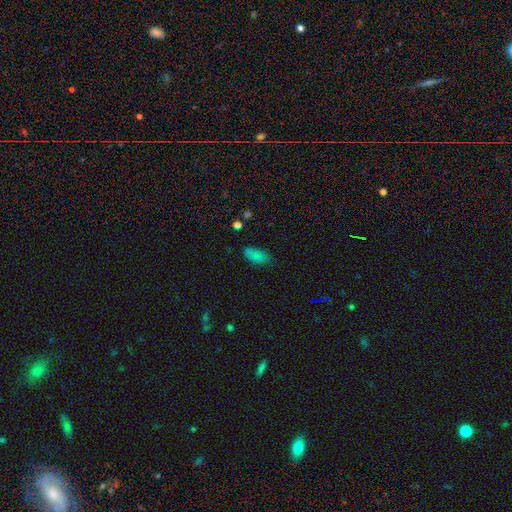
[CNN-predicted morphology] The model was most divided on "merging": none: 67%, minor disturbance: 23%, major disturbance: 6%, merger: 3%. More confident: how rounded — in between (90%); smooth or featured — smooth (80%).